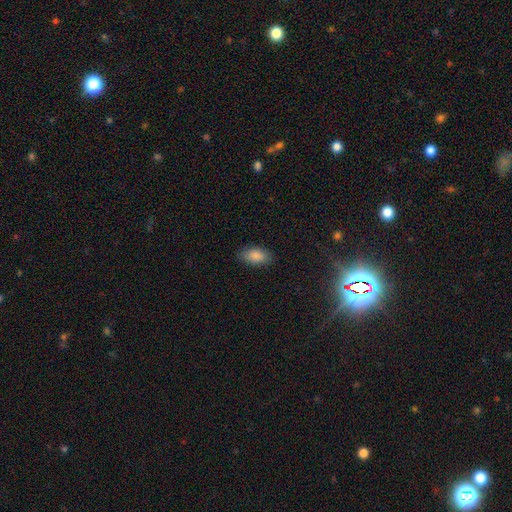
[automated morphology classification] The model was most divided on "merging": none: 85%, minor disturbance: 11%, major disturbance: 3%, merger: 1%. More confident: how rounded — in between (93%); smooth or featured — smooth (88%).